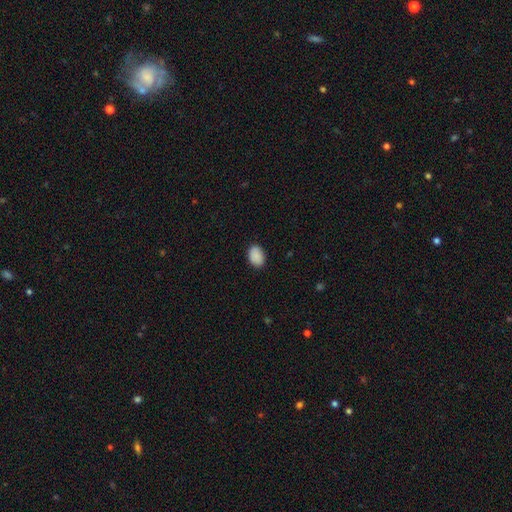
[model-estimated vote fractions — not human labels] Smooth or featured?
  - smooth: 90% *
  - star or artifact: 7%
  - featured or disk: 3%
How rounded?
  - in between: 82% *
  - round: 17%
  - cigar-shaped: 1%
Merging?
  - none: 87% *
  - minor disturbance: 10%
  - major disturbance: 2%
  - merger: 1%